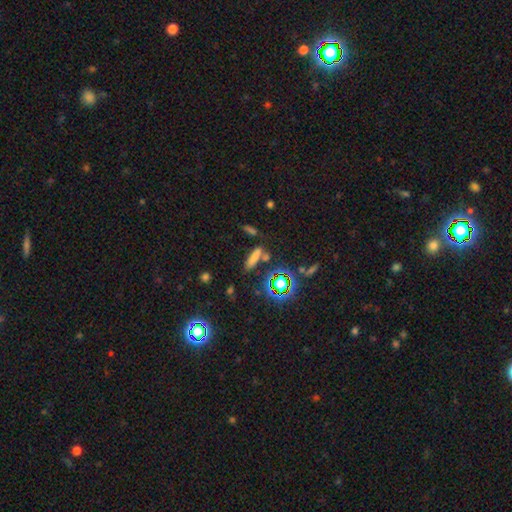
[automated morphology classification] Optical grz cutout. It shows a smooth galaxy with no disk features (68%) that is cigar-shaped (71%). Merging: none (69%).